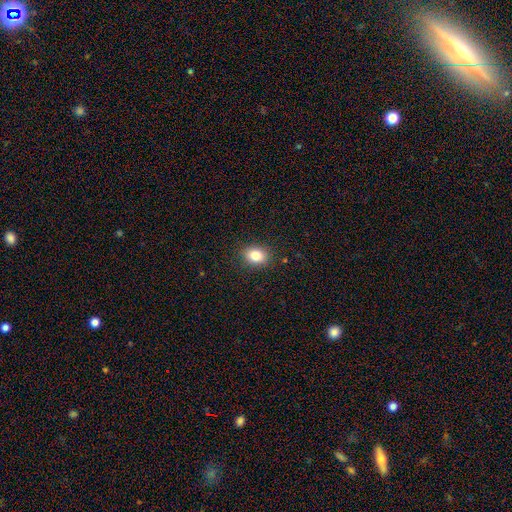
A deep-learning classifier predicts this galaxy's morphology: smooth-or-featured: smooth: 83% | star or artifact: 10% | featured or disk: 7%
  how-rounded: in between: 65% | round: 34% | cigar-shaped: 1%
  merging: none: 89% | minor disturbance: 8% | major disturbance: 2% | merger: 1%